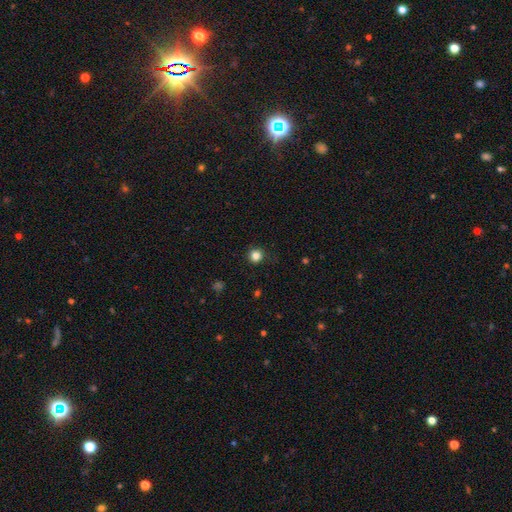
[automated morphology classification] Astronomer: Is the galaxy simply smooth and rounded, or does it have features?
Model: smooth — 83%.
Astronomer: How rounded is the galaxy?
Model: round — 94%.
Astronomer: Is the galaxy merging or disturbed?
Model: none — 88%.